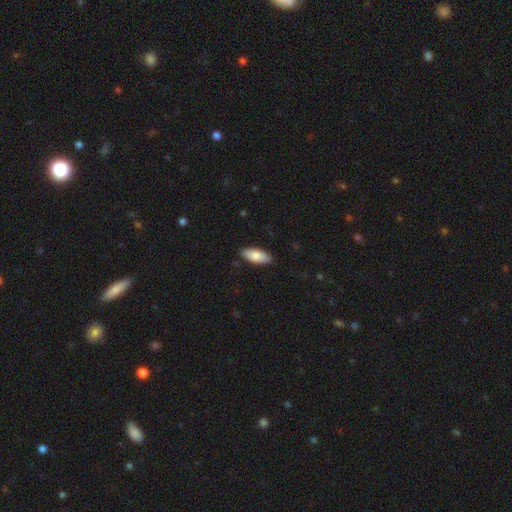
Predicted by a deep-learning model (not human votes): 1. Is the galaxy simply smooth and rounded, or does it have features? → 82% smooth, 12% featured or disk, 6% star or artifact.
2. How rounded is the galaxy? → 80% in between, 18% cigar-shaped, 2% round.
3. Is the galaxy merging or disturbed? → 88% none, 9% minor disturbance, 2% major disturbance, 1% merger.